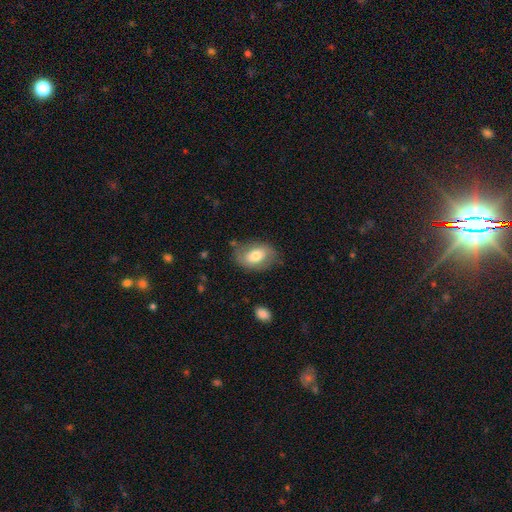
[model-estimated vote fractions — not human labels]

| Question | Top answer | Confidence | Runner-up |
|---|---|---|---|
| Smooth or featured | smooth | 64% | featured or disk (29%) |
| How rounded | in between | 85% | round (14%) |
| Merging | none | 71% | minor disturbance (20%) |